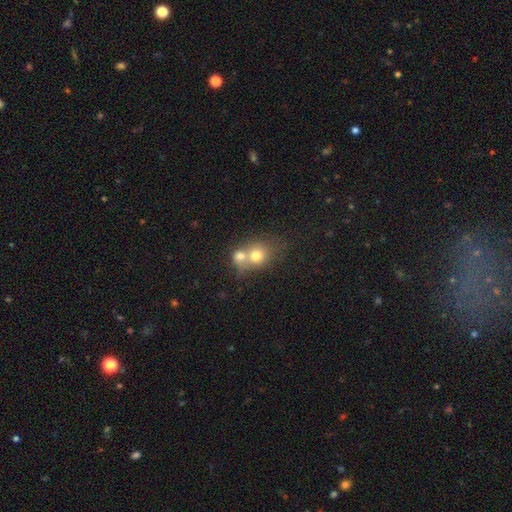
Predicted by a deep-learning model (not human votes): The model was most divided on "how rounded": round: 70%, in between: 29%, cigar-shaped: 1%. More confident: smooth or featured — smooth (71%); merging — merger (68%).